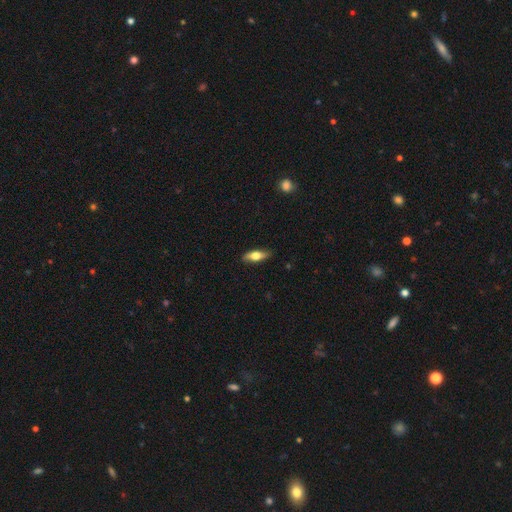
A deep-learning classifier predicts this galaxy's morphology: This appears to be a smooth galaxy with no disk features (56%) that is in between round and cigar-shaped (60%). Merging: none (85%).